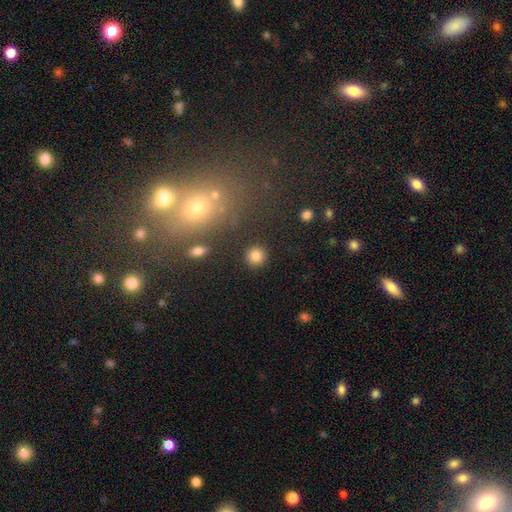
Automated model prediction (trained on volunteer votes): smooth_or_featured: smooth (p=0.84) [alt: star or artifact p=0.10]
how_rounded: round (p=0.93) [alt: in between p=0.06]
merging: none (p=0.90) [alt: minor disturbance p=0.05]